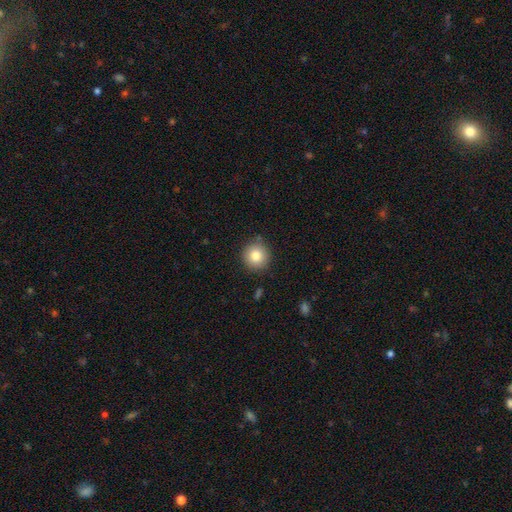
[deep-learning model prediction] A smooth galaxy with no disk features (82%) that is round (94%).

Vote fractions:
- Smooth or featured? smooth: 82% / star or artifact: 10% / featured or disk: 8%
- How rounded? round: 94% / in between: 5% / cigar-shaped: 1%
- Merging? none: 87% / minor disturbance: 9% / major disturbance: 2% / merger: 2%